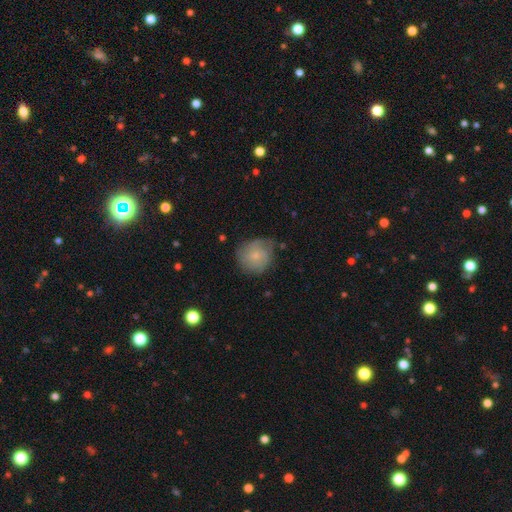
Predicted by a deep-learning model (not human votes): A smooth galaxy with no disk features (59%) that is round (86%). Merging: none (63%).